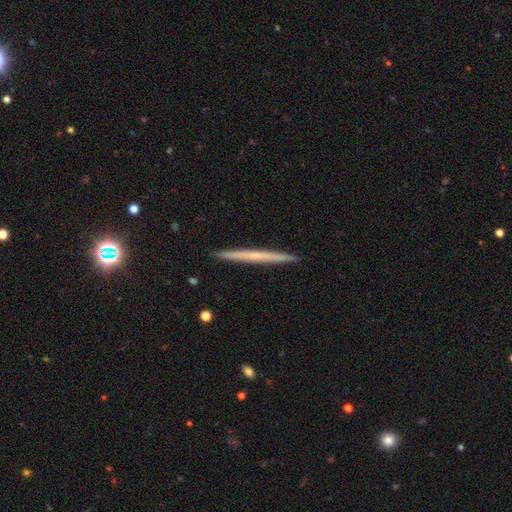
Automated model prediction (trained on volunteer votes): A featured or disk galaxy (54%) viewed edge-on (98%) with no central bulge (81%). Merging: none (93%).